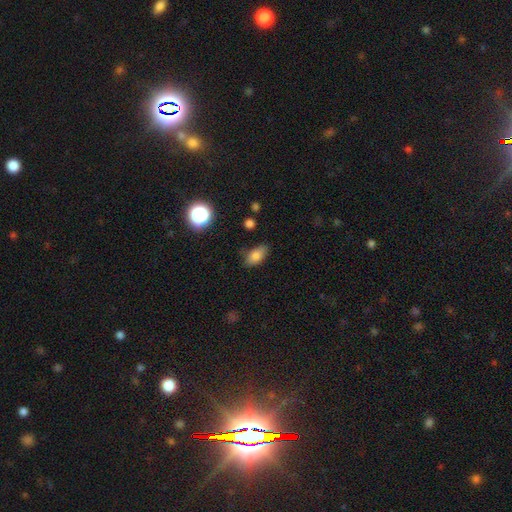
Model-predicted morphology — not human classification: The model was most divided on "merging": none: 74%, minor disturbance: 21%, major disturbance: 4%, merger: 2%. More confident: how rounded — in between (88%); smooth or featured — smooth (80%).